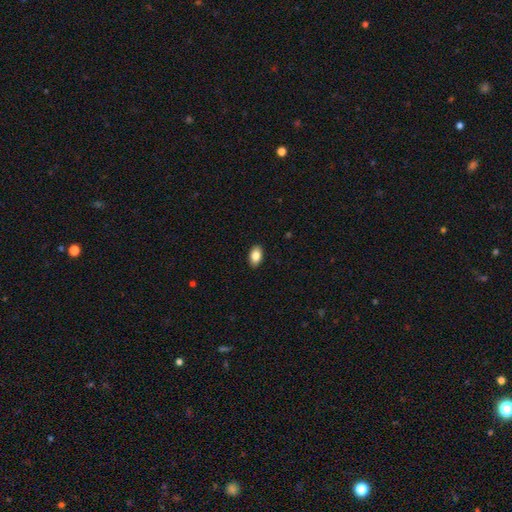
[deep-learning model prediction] Smooth or featured?
  - smooth: 85% *
  - featured or disk: 7%
  - star or artifact: 7%
How rounded?
  - in between: 92% *
  - round: 7%
  - cigar-shaped: 2%
Merging?
  - none: 90% *
  - minor disturbance: 7%
  - major disturbance: 2%
  - merger: 1%